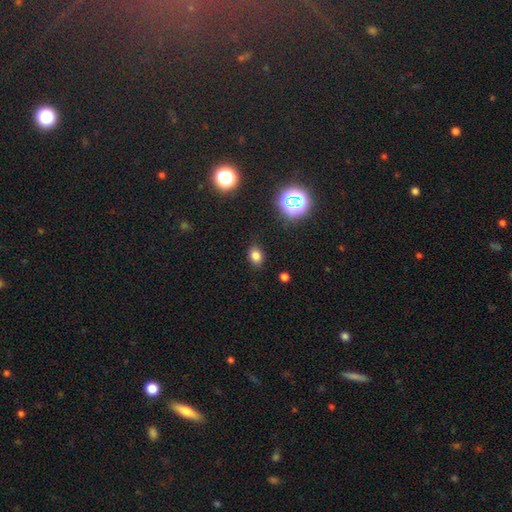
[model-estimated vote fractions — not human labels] Smooth or featured? smooth (77%)
How rounded? in between (70%)
Merging? none (85%)